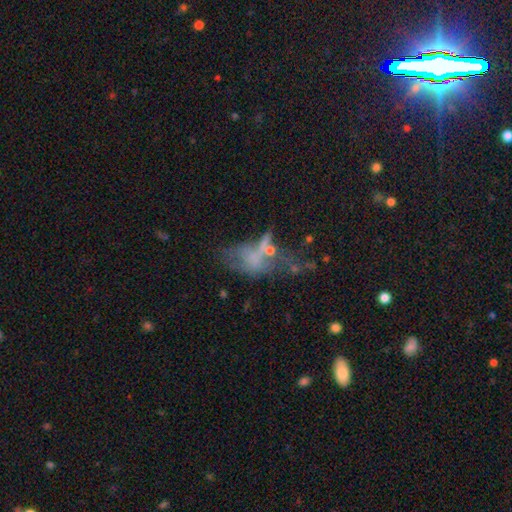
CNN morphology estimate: The model was most divided on "smooth or featured": featured or disk: 43%, smooth: 37%, star or artifact: 20%. Remaining: merging — major disturbance (37%).